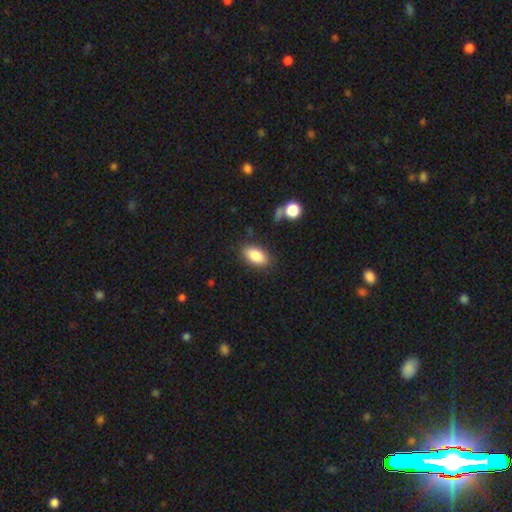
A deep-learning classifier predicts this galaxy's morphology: Smooth or featured: smooth — 86% (star or artifact — 8%)
How rounded: in between — 91% (round — 5%)
Merging: none — 84% (minor disturbance — 11%)